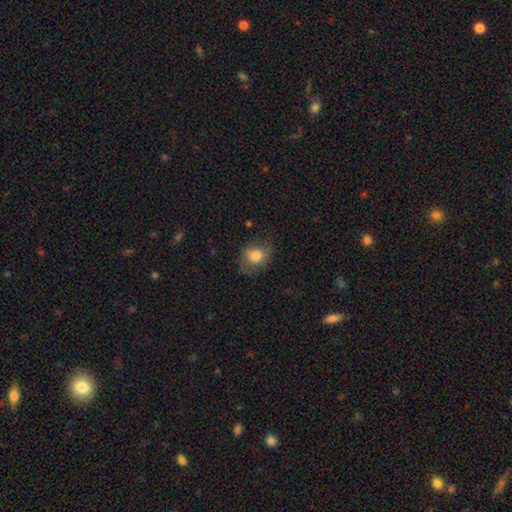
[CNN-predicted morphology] smooth 73%, featured or disk 19%, star or artifact 8%. Down the decision tree: how rounded — in between (52%); merging — none (58%).